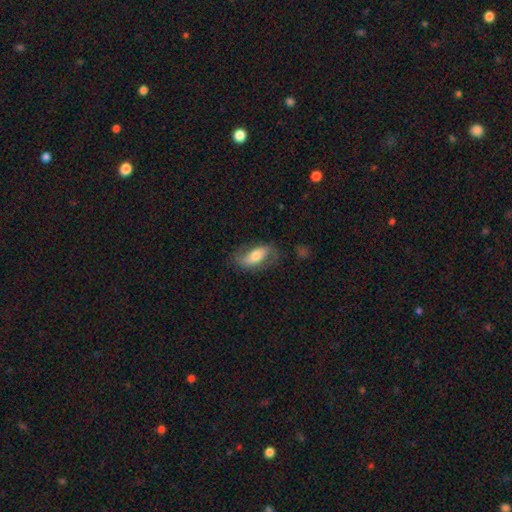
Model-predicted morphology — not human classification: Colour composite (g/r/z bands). It shows a featured or disk galaxy (58%) with no bar (40%), spiral arms (84%) and a moderate central bulge (59%). Merging: none (67%).